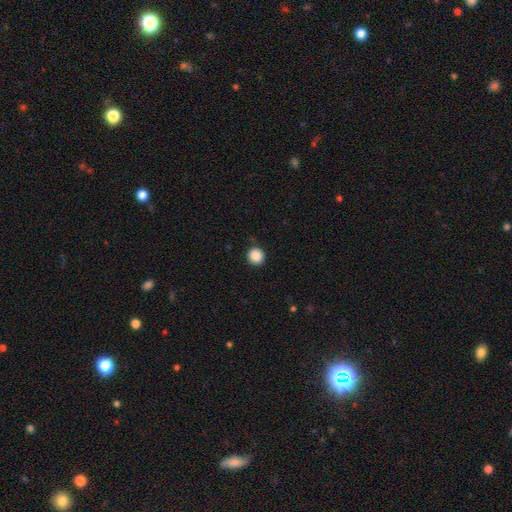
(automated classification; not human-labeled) Overall: smooth (88%). How rounded: round (95%). Merging: none (91%).